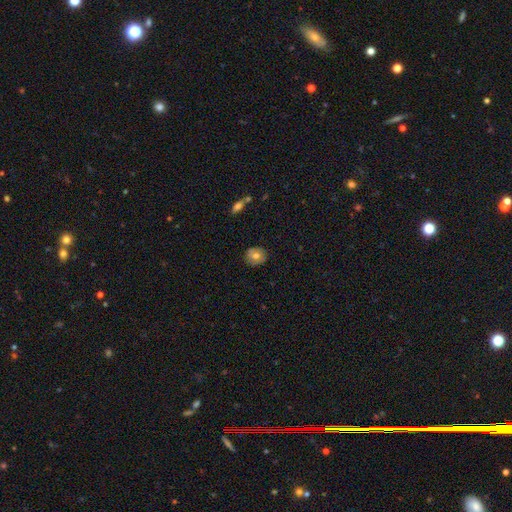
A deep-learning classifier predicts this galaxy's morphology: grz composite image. It shows a smooth galaxy with no disk features (56%) that is round (75%). Merging: none (83%).